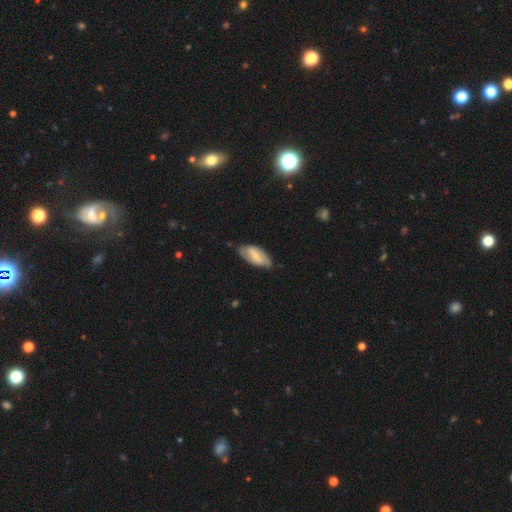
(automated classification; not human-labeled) Smooth or featured? smooth (59%)
How rounded? in between (89%)
Merging? none (67%)